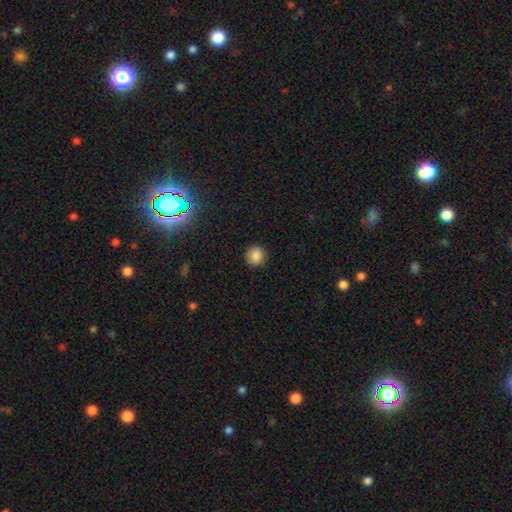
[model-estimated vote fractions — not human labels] Smooth or featured?
  - smooth: 85% *
  - star or artifact: 11%
  - featured or disk: 4%
How rounded?
  - round: 89% *
  - in between: 10%
  - cigar-shaped: 1%
Merging?
  - none: 89% *
  - minor disturbance: 8%
  - major disturbance: 2%
  - merger: 1%